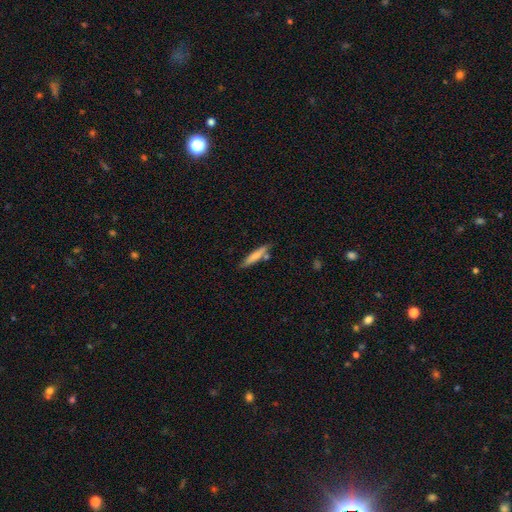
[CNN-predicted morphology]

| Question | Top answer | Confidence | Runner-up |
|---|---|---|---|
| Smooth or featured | smooth | 70% | featured or disk (24%) |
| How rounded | cigar-shaped | 88% | in between (11%) |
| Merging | none | 74% | minor disturbance (15%) |